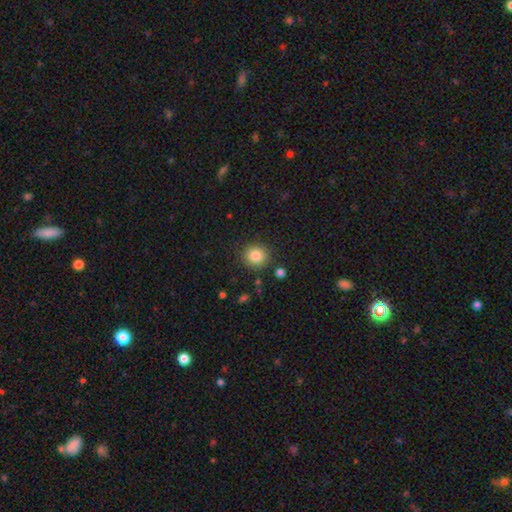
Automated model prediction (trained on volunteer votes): Smooth or featured? smooth (85%)
How rounded? round (90%)
Merging? none (87%)